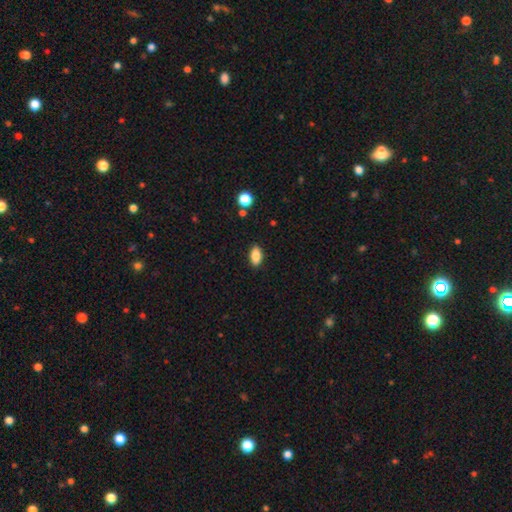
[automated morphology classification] smooth_or_featured: smooth (p=0.86) [alt: star or artifact p=0.08]
how_rounded: in between (p=0.89) [alt: cigar-shaped p=0.07]
merging: none (p=0.88) [alt: minor disturbance p=0.09]